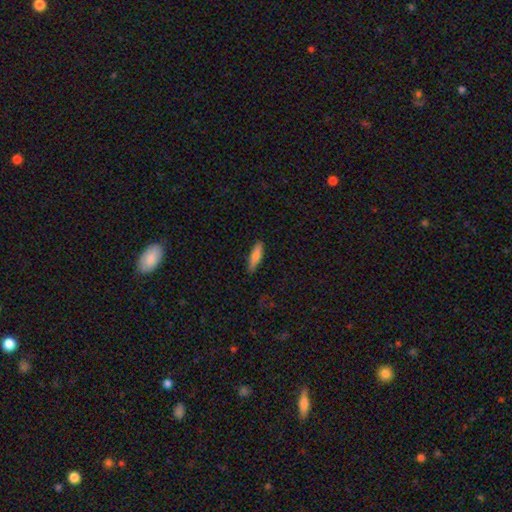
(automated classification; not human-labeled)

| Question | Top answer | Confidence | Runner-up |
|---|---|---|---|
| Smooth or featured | smooth | 78% | featured or disk (16%) |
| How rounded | cigar-shaped | 66% | in between (32%) |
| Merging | none | 85% | minor disturbance (12%) |